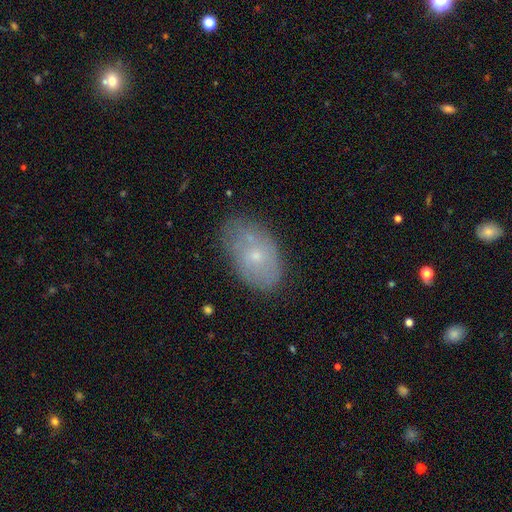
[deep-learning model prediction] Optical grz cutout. It shows a smooth galaxy with no disk features (50%) that is in between round and cigar-shaped (89%). Merging: none (66%).